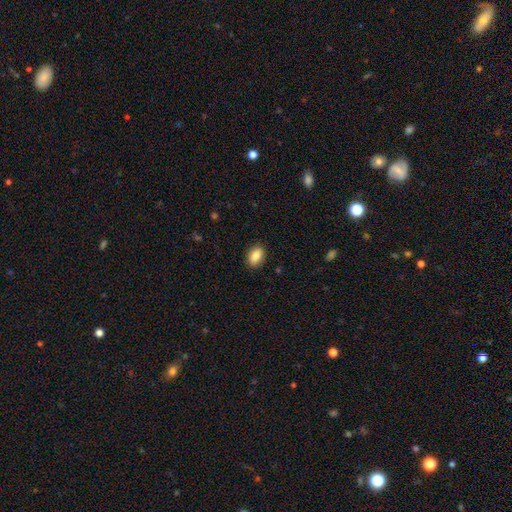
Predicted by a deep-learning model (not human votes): This appears to be a smooth galaxy with no disk features (85%) that is in between round and cigar-shaped (85%). Merging: none (88%).